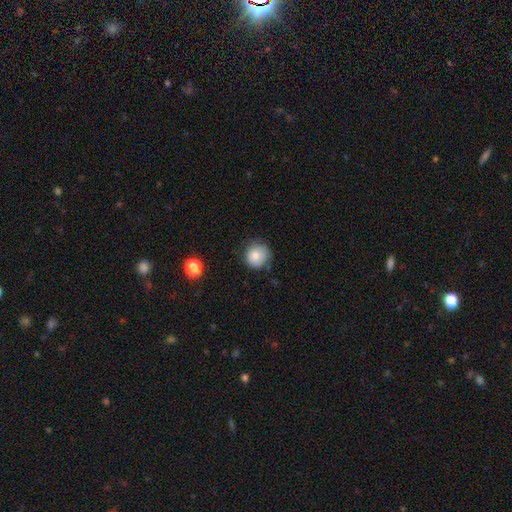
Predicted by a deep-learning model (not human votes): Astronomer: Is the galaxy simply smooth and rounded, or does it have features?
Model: smooth — 80%.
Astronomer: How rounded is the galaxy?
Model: round — 91%.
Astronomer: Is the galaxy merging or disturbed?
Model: none — 74%.